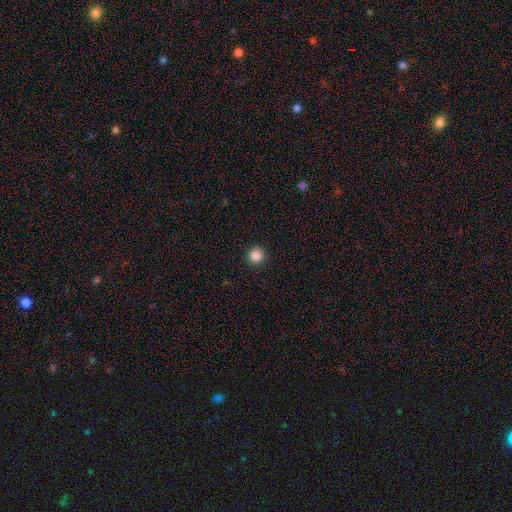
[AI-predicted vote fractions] smooth 87%, star or artifact 10%, featured or disk 3%. Down the decision tree: how rounded — round (95%); merging — none (92%).